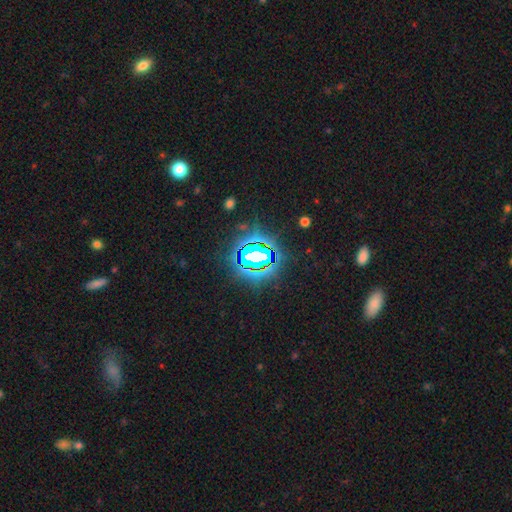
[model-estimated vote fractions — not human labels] Morphology: type=star or artifact (77%).